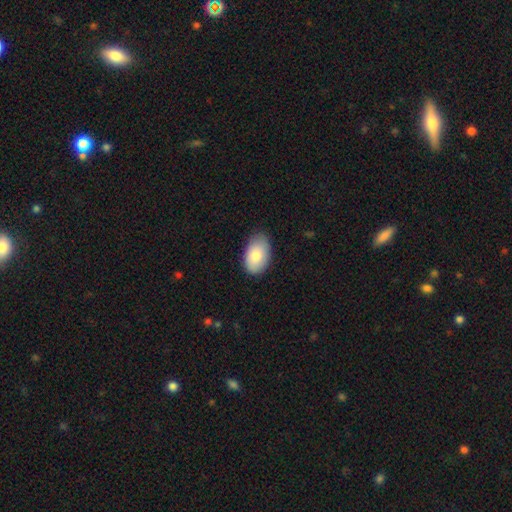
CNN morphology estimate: This appears to be a smooth galaxy with no disk features (82%) that is in between round and cigar-shaped (92%). Merging: none (79%).